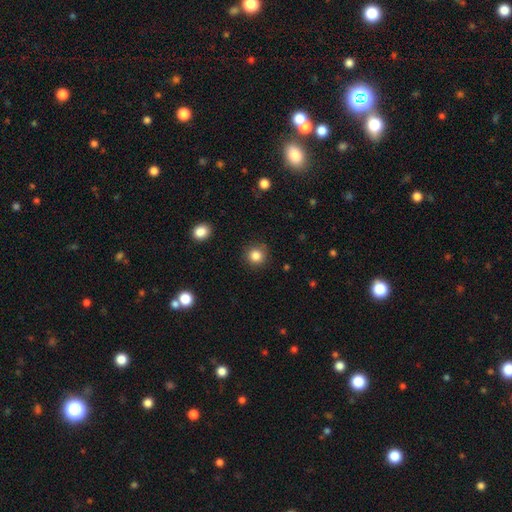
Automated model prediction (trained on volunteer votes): A smooth galaxy with no disk features (84%) that is round (93%). Merging: none (88%).